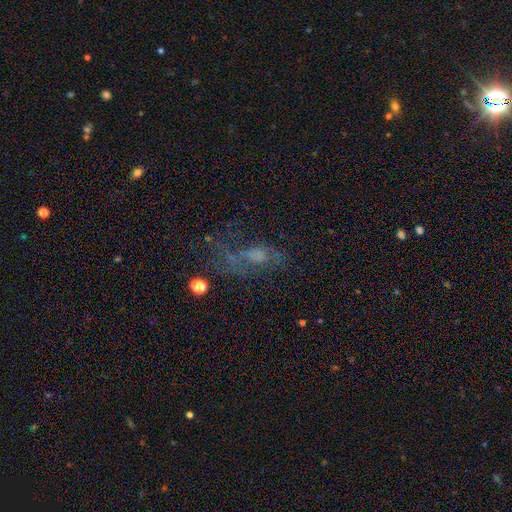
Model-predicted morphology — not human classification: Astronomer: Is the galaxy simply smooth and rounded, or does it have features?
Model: featured or disk — 43% (runner-up: smooth, 33%).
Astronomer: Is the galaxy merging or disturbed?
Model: major disturbance — 42% (runner-up: none, 33%).